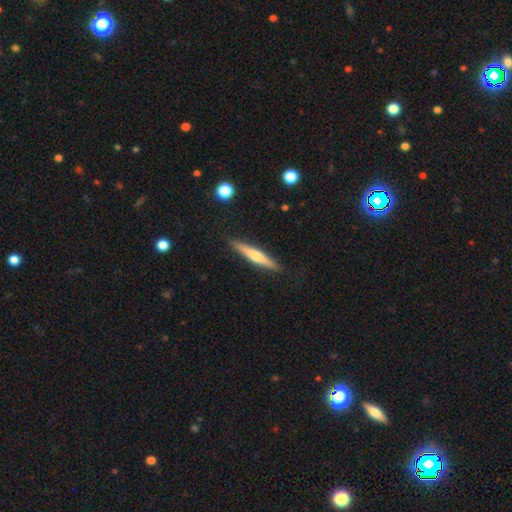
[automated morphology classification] smooth-or-featured: featured or disk: 52% | smooth: 42% | star or artifact: 6%
  disk-edge-on: yes: 96% | no: 4%
    edge-on-bulge: rounded: 81% | none: 13% | boxy: 5%
  merging: none: 89% | minor disturbance: 8% | major disturbance: 2% | merger: 1%